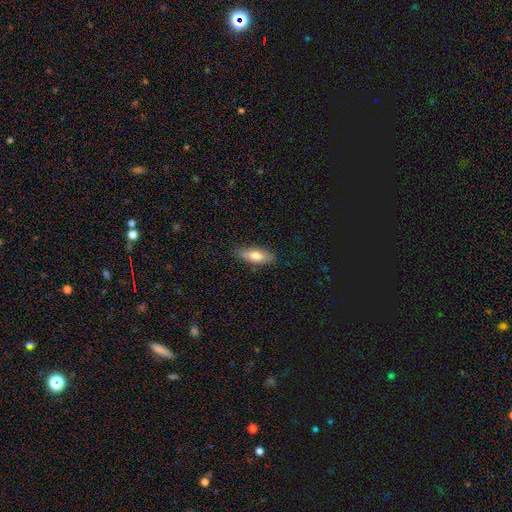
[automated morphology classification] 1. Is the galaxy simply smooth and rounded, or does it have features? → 71% smooth, 23% featured or disk, 6% star or artifact.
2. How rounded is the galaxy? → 63% in between, 34% cigar-shaped, 3% round.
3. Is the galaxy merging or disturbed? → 84% none, 12% minor disturbance, 2% major disturbance, 1% merger.